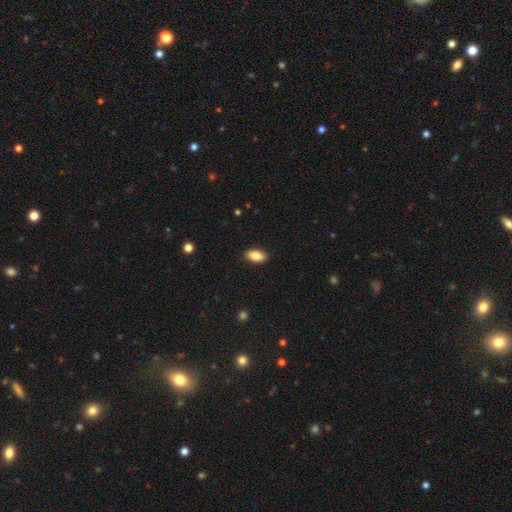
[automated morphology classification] Overall: smooth (87%). How rounded: in between (93%). Merging: none (89%).